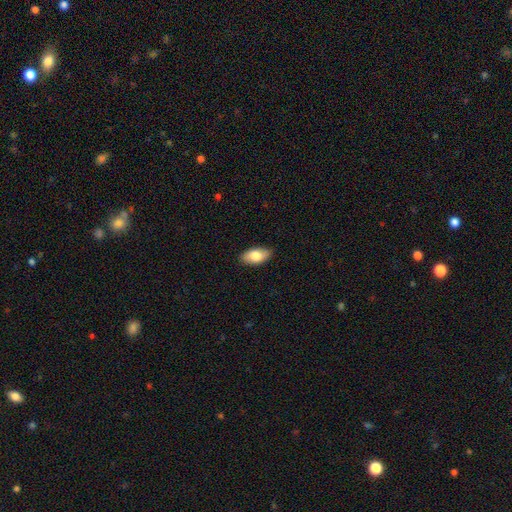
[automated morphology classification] Q: Smooth or featured?
A: smooth (80%); runner-up: featured or disk (14%)
Q: How rounded?
A: in between (93%); runner-up: cigar-shaped (4%)
Q: Merging?
A: none (88%); runner-up: minor disturbance (9%)